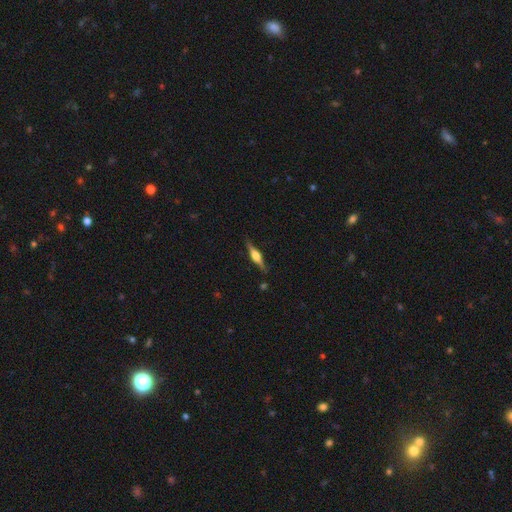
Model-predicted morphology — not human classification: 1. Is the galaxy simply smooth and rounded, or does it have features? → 73% featured or disk, 22% smooth, 6% star or artifact.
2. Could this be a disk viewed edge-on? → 97% yes, 3% no.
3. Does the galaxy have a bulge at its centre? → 88% rounded, 10% boxy, 2% none.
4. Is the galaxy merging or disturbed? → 86% none, 10% minor disturbance, 2% major disturbance, 2% merger.